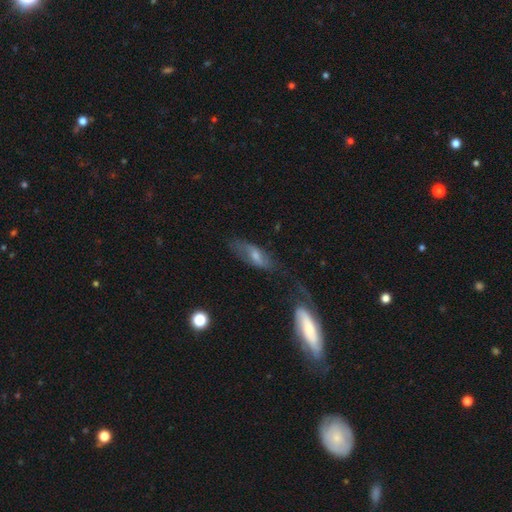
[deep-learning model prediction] smooth_or_featured: featured or disk (p=0.51) [alt: smooth p=0.40]
disk_edge_on: no (p=0.74) [alt: yes p=0.26]
merging: none (p=0.52) [alt: minor disturbance p=0.22]